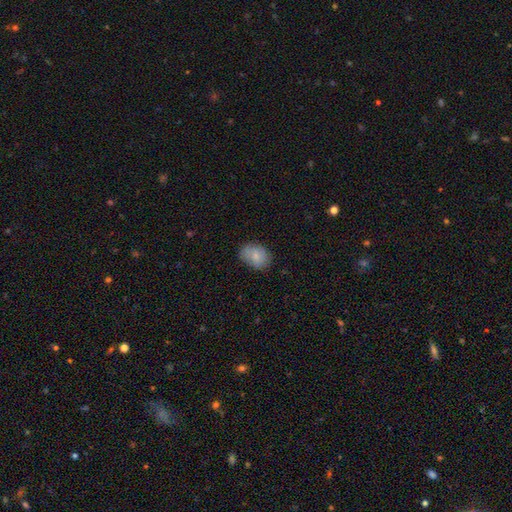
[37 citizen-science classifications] Smooth or featured: smooth — 81% (featured or disk — 14%)
How rounded: in between — 50% (round — 43%)
Merging: none — 60% (minor disturbance — 29%)